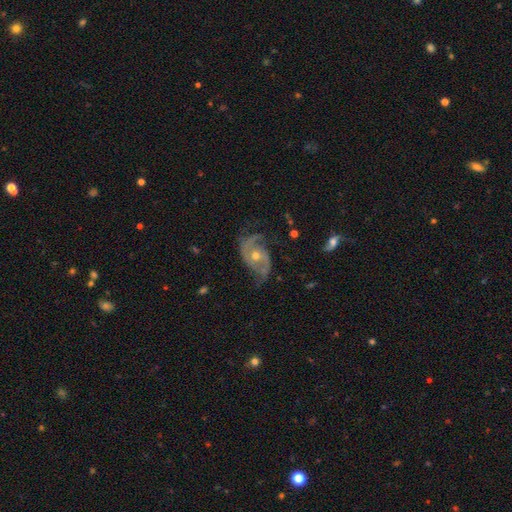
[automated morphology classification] Q: Smooth or featured?
A: featured or disk (89%); runner-up: star or artifact (6%)
Q: Edge-on disk?
A: no (97%); runner-up: yes (3%)
Q: Bar?
A: no (70%); runner-up: weak (23%)
Q: Spiral arms?
A: yes (97%); runner-up: no (3%)
Q: Spiral winding?
A: medium (49%); runner-up: tight (26%)
Q: Spiral arm count?
A: 2 (82%); runner-up: 3 (7%)
Q: Bulge size?
A: moderate (65%); runner-up: small (31%)
Q: Merging?
A: none (67%); runner-up: minor disturbance (21%)